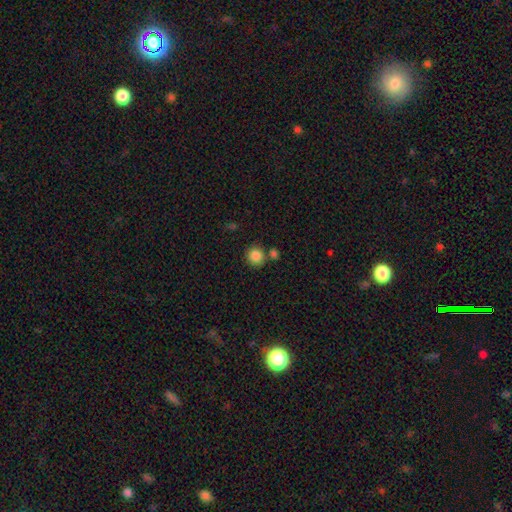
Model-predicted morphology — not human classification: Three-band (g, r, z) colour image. It shows a smooth galaxy with no disk features (86%) that is round (91%). Merging: none (74%).